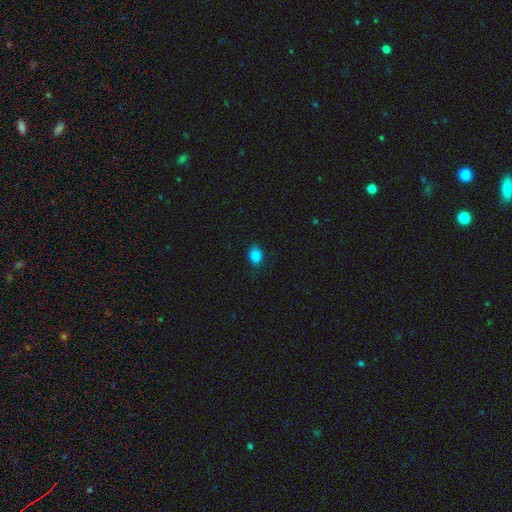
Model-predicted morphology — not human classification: The model was most divided on "how rounded": in between: 53%, round: 46%, cigar-shaped: 1%. More confident: smooth or featured — smooth (85%); merging — none (82%).